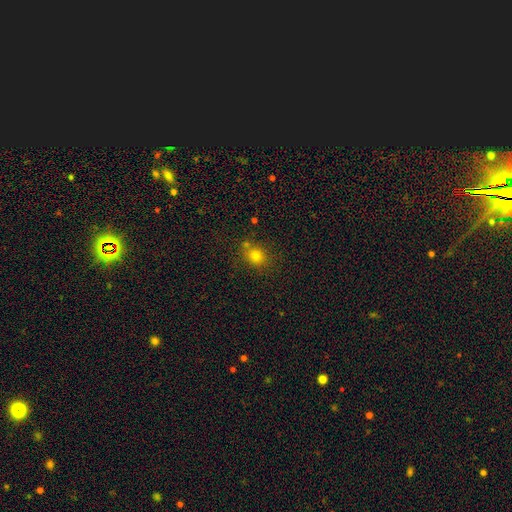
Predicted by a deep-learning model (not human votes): smooth 76%, star or artifact 16%, featured or disk 8%. Down the decision tree: how rounded — round (68%); merging — none (74%).